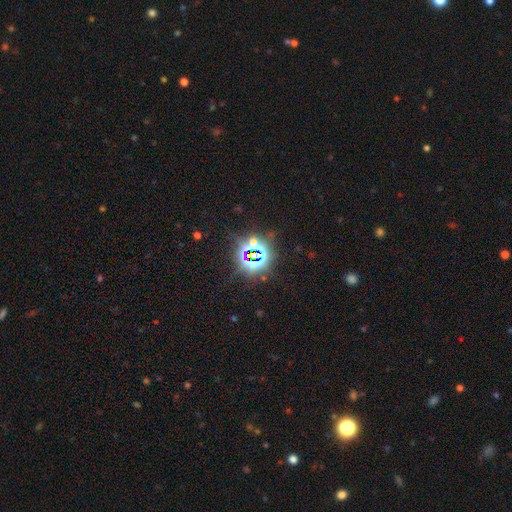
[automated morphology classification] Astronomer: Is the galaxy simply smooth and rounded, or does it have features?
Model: star or artifact — 80%.